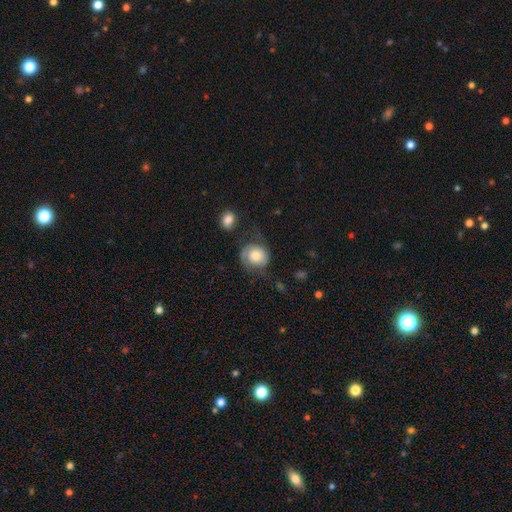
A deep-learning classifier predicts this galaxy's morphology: Smooth or featured: featured or disk — 49% (smooth — 43%)
Merging: none — 49% (minor disturbance — 26%)